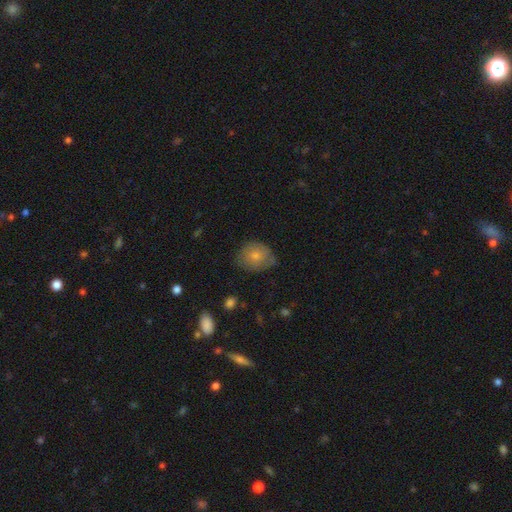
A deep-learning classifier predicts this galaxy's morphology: Smooth or featured?
  - smooth: 72% *
  - featured or disk: 20%
  - star or artifact: 7%
How rounded?
  - round: 53% *
  - in between: 46%
  - cigar-shaped: 1%
Merging?
  - none: 60% *
  - minor disturbance: 30%
  - major disturbance: 8%
  - merger: 2%